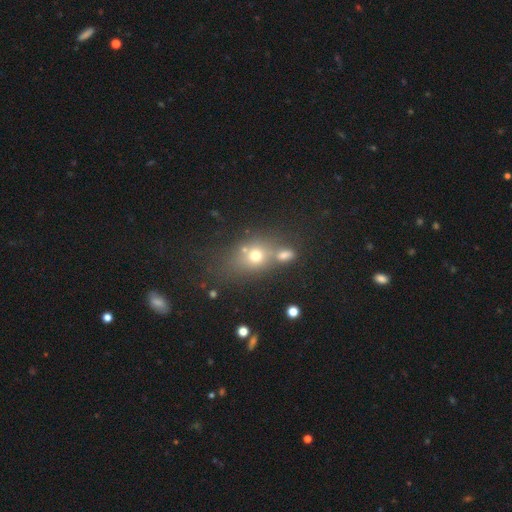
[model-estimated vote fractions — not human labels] Smooth or featured: smooth — 65% (star or artifact — 18%)
How rounded: round — 50% (in between — 47%)
Merging: none — 50% (merger — 30%)